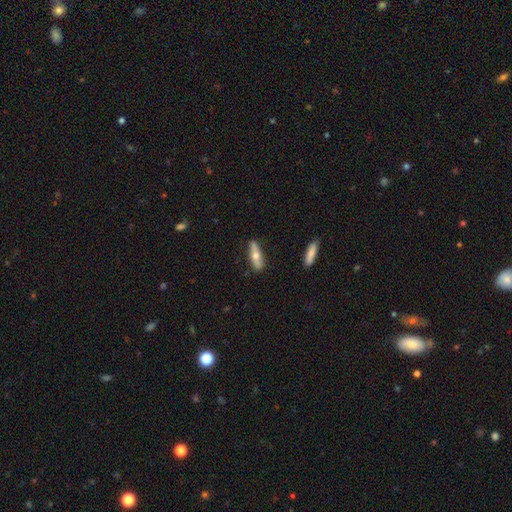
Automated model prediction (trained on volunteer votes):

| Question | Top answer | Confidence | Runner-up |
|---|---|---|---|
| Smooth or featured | smooth | 51% | featured or disk (44%) |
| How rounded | cigar-shaped | 59% | in between (38%) |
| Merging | none | 83% | minor disturbance (12%) |